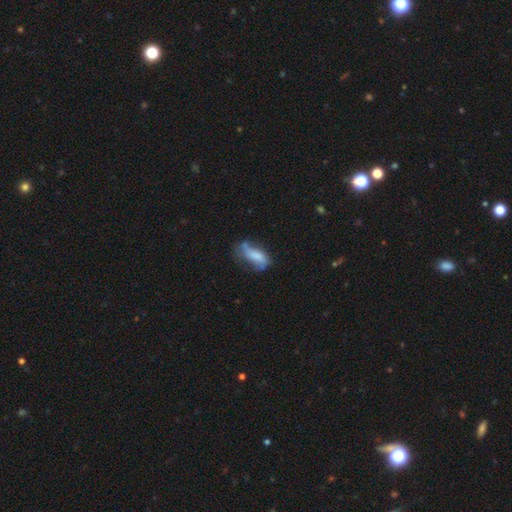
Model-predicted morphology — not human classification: A smooth galaxy with no disk features (62%) that is in between round and cigar-shaped (76%). Merging: none (37%).